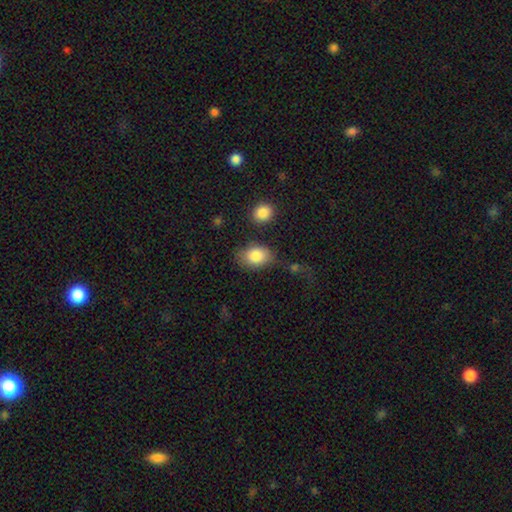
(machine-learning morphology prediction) Smooth or featured?
  - smooth: 85% *
  - featured or disk: 8%
  - star or artifact: 7%
How rounded?
  - in between: 75% *
  - round: 24%
  - cigar-shaped: 1%
Merging?
  - none: 68% *
  - minor disturbance: 19%
  - major disturbance: 7%
  - merger: 6%